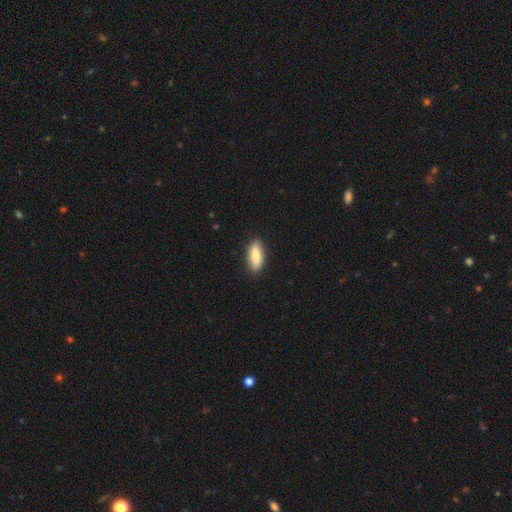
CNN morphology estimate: A smooth galaxy with no disk features (83%) that is in between round and cigar-shaped (75%).

Vote fractions:
- Smooth or featured? smooth: 83% / featured or disk: 11% / star or artifact: 6%
- How rounded? in between: 75% / cigar-shaped: 22% / round: 2%
- Merging? none: 86% / minor disturbance: 11% / major disturbance: 2% / merger: 1%